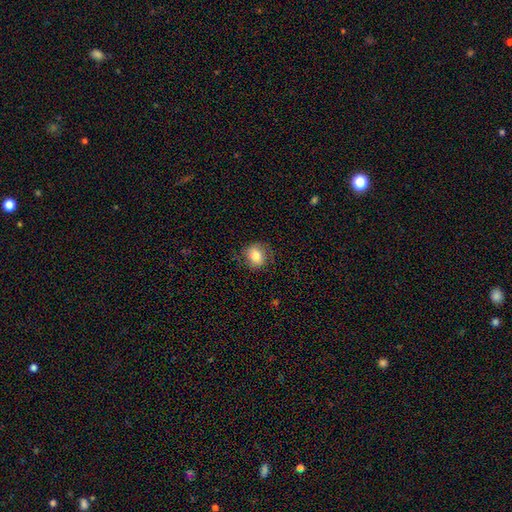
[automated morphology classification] smooth 76%, featured or disk 15%, star or artifact 9%. Down the decision tree: how rounded — round (71%); merging — none (75%).